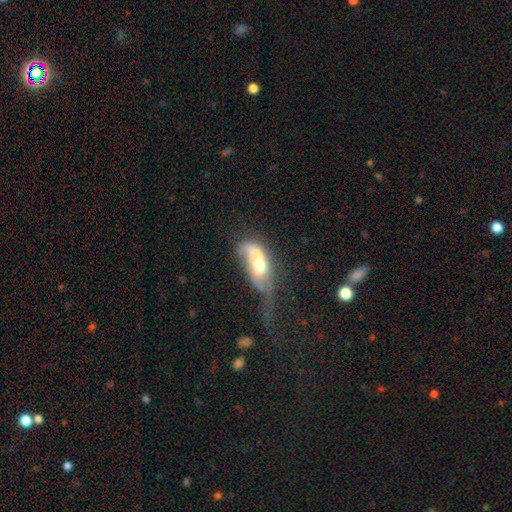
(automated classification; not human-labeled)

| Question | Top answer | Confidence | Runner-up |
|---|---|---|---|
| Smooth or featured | smooth | 51% | featured or disk (40%) |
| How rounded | in between | 78% | cigar-shaped (18%) |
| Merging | major disturbance | 44% | merger (28%) |